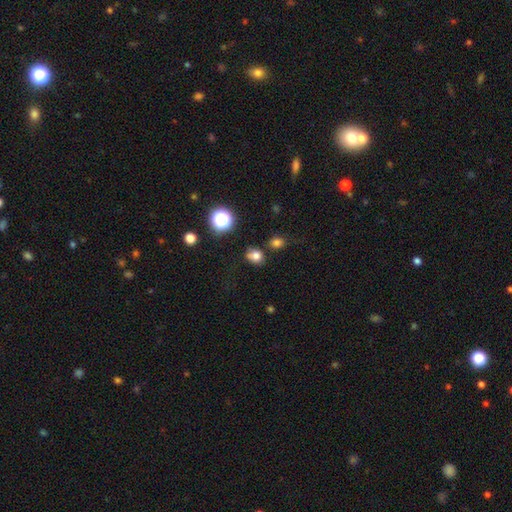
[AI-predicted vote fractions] smooth 75%, star or artifact 17%, featured or disk 8%. Down the decision tree: how rounded — round (59%); merging — none (63%).